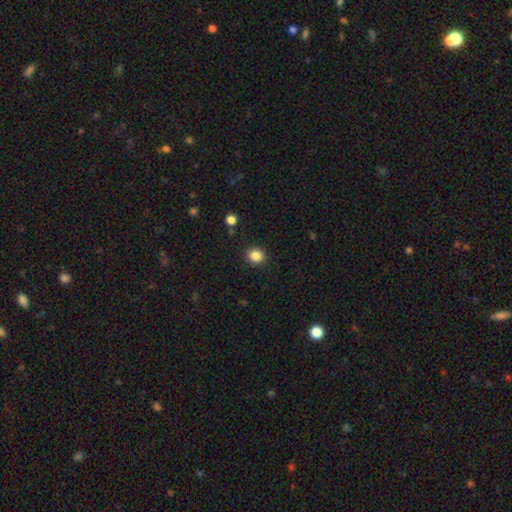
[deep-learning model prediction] This is clearly a smooth galaxy (86%). How rounded: likely round (76%). Merging: clearly none (90%).